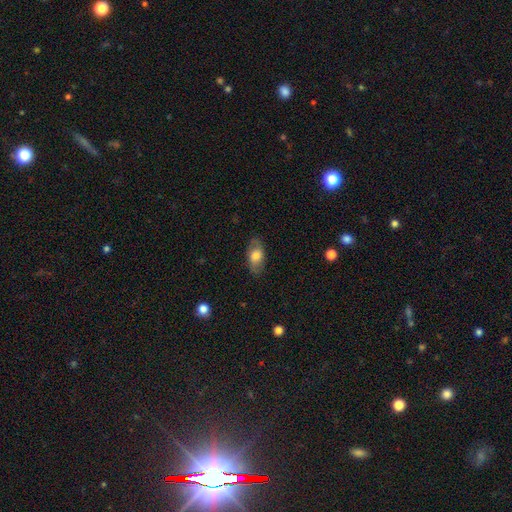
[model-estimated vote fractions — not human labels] smooth_or_featured: smooth (p=0.68) [alt: featured or disk p=0.25]
how_rounded: in between (p=0.88) [alt: round p=0.07]
merging: none (p=0.79) [alt: minor disturbance p=0.16]